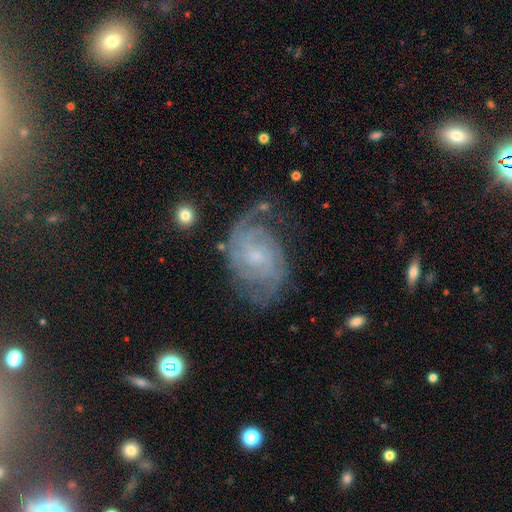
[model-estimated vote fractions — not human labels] smooth-or-featured: featured or disk: 84% | smooth: 10% | star or artifact: 6%
  disk-edge-on: no: 97% | yes: 3%
    bar: no: 60% | weak: 35% | strong: 5%
    has-spiral-arms: yes: 95% | no: 5%
      spiral-winding: tight: 49% | medium: 37% | loose: 14%
      spiral-arm-count: 2: 43% | can't tell: 27% | 3: 13% | 1: 6% | 4: 6% | more than 4: 5%
    bulge-size: small: 70% | moderate: 21% | none: 6% | large: 1% | dominant: 1%
  merging: none: 62% | minor disturbance: 21% | major disturbance: 14% | merger: 3%